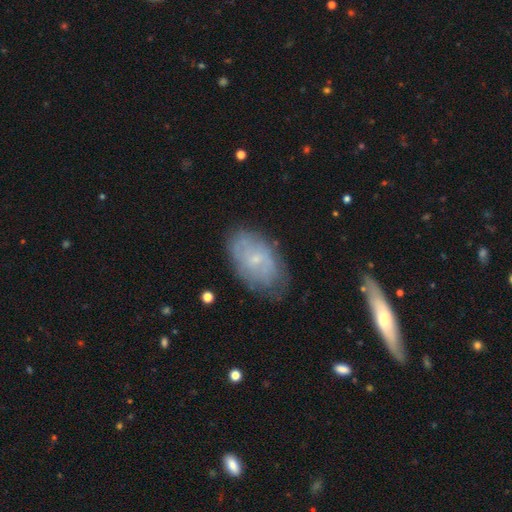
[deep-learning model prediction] Smooth or featured: featured or disk — 52% (smooth — 35%)
Edge-on disk: no — 89% (yes — 11%)
Merging: none — 77% (minor disturbance — 16%)